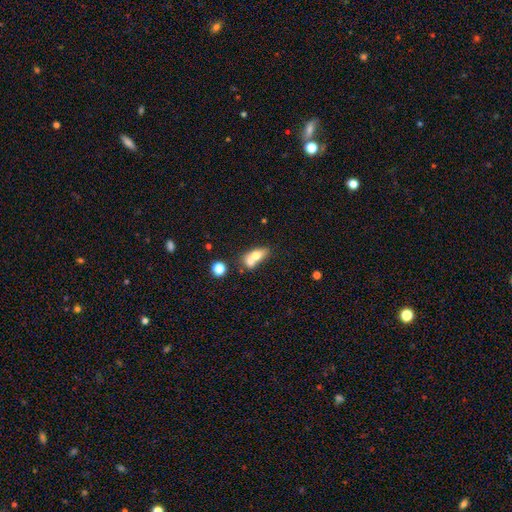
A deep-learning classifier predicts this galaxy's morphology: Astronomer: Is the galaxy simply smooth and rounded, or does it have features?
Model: smooth — 66%.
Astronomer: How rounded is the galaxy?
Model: in between — 70%.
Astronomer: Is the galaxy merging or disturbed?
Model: merger — 64%.